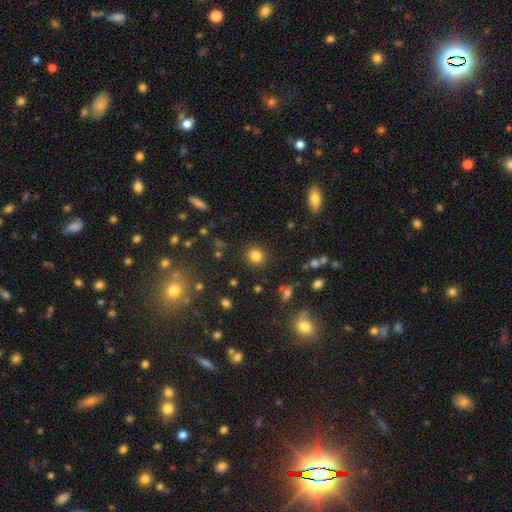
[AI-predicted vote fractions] A smooth galaxy with no disk features (82%) that is round (85%).

Vote fractions:
- Smooth or featured? smooth: 82% / star or artifact: 13% / featured or disk: 5%
- How rounded? round: 85% / in between: 14% / cigar-shaped: 1%
- Merging? none: 89% / minor disturbance: 7% / major disturbance: 3% / merger: 2%